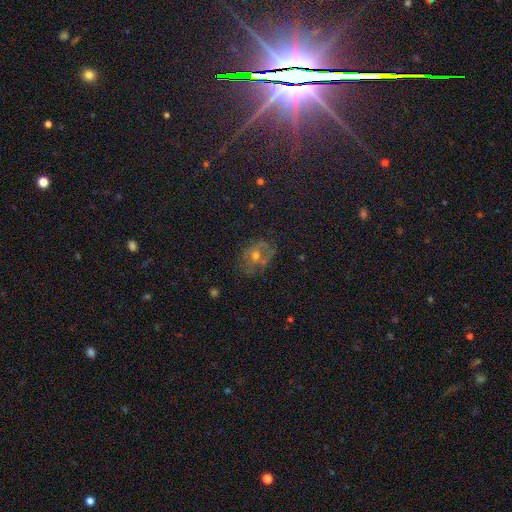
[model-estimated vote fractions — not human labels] Morphology: type=smooth (39%, tied with featured or disk); merging=none (55%).